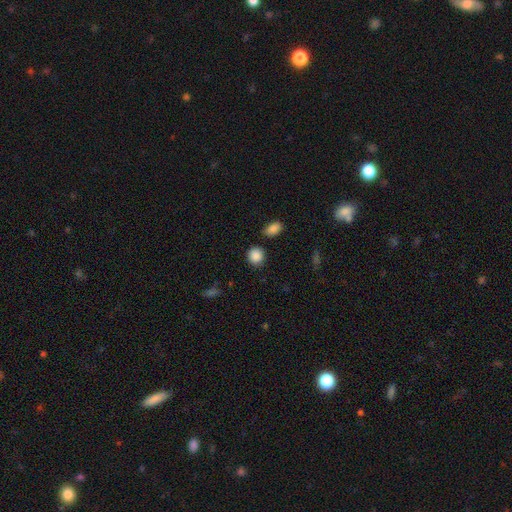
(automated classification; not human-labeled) Smooth or featured?
  - smooth: 88% *
  - star or artifact: 8%
  - featured or disk: 3%
How rounded?
  - round: 83% *
  - in between: 16%
  - cigar-shaped: 1%
Merging?
  - none: 83% *
  - minor disturbance: 10%
  - merger: 4%
  - major disturbance: 3%